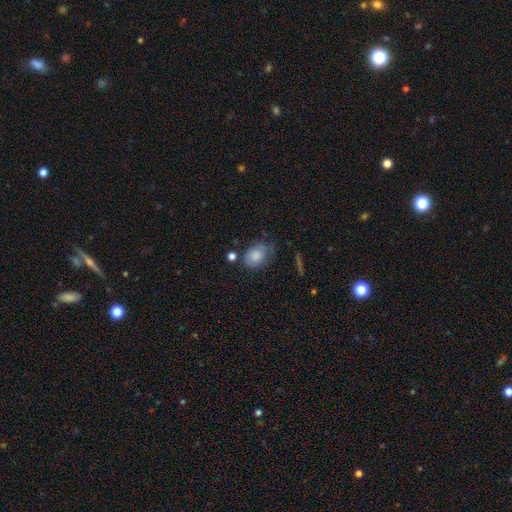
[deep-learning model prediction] Morphology: type=smooth (77%); roundness=in between (68%); merging=none (54%).